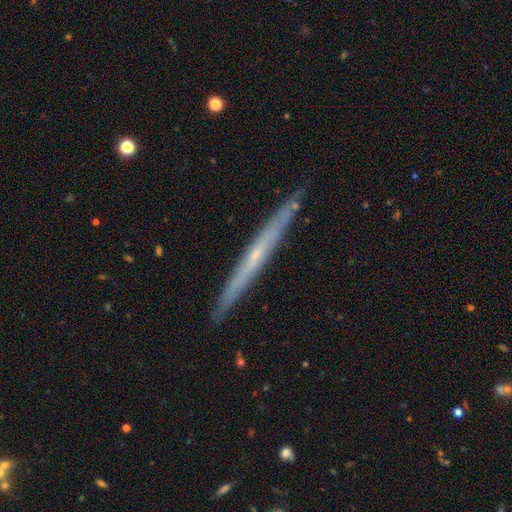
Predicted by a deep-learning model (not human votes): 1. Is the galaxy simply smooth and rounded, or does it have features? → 67% featured or disk, 27% smooth, 6% star or artifact.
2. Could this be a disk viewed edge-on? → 96% yes, 4% no.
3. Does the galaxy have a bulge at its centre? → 66% none, 31% rounded, 3% boxy.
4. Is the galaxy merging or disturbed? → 90% none, 8% minor disturbance, 1% major disturbance, 1% merger.